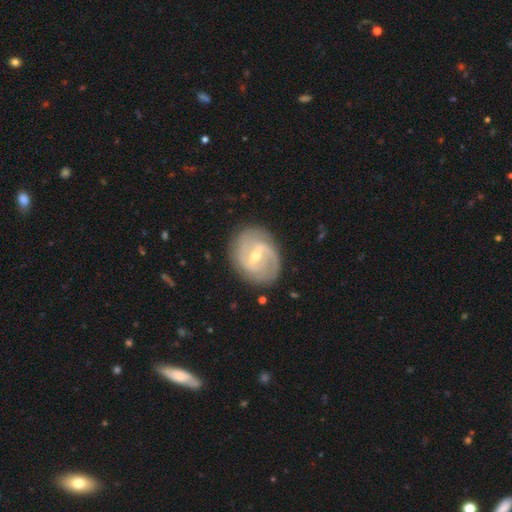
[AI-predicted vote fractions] The model was most divided on "spiral winding": medium: 43%, tight: 39%, loose: 18%. Remaining: edge-on disk — no (97%); spiral arms — yes (92%); smooth or featured — featured or disk (84%); merging — none (81%); spiral arm count — 2 (70%); bulge size — small (52%); bar — weak (49%).